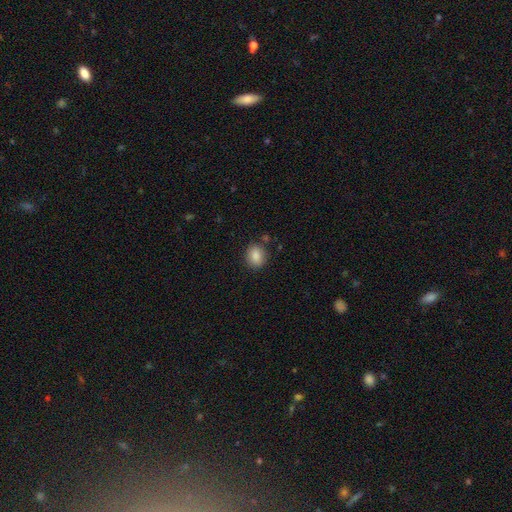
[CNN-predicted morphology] A smooth galaxy with no disk features (86%) that is round (55%). Merging: none (83%).